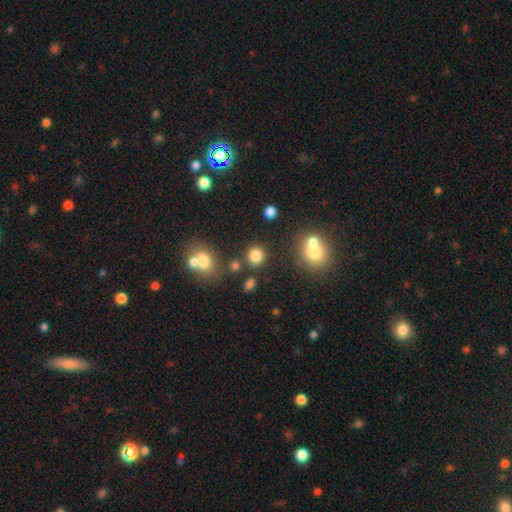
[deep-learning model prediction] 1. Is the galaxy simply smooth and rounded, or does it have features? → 80% smooth, 14% star or artifact, 6% featured or disk.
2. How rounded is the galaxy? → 85% round, 13% in between, 1% cigar-shaped.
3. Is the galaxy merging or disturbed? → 79% none, 9% minor disturbance, 8% merger, 4% major disturbance.